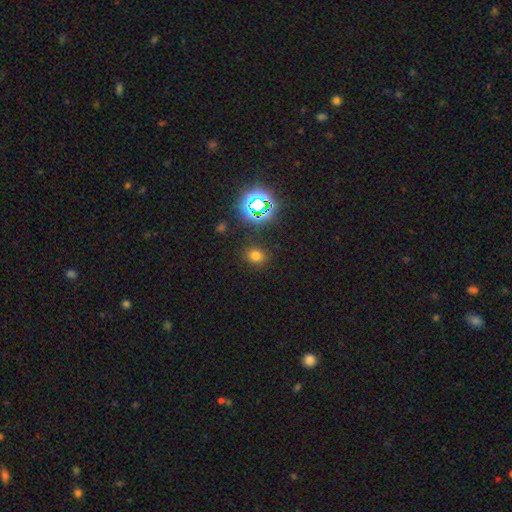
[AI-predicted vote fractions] Smooth or featured? smooth (69%)
How rounded? round (69%)
Merging? none (87%)